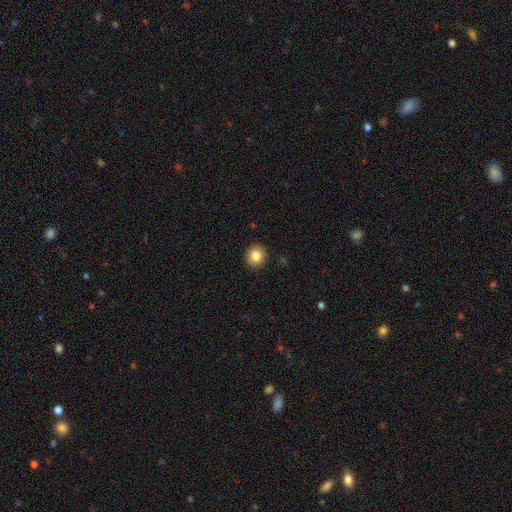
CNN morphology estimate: Smooth or featured? Predicted: smooth (p=0.84). How rounded? Predicted: round (p=0.85). Merging? Predicted: none (p=0.91).